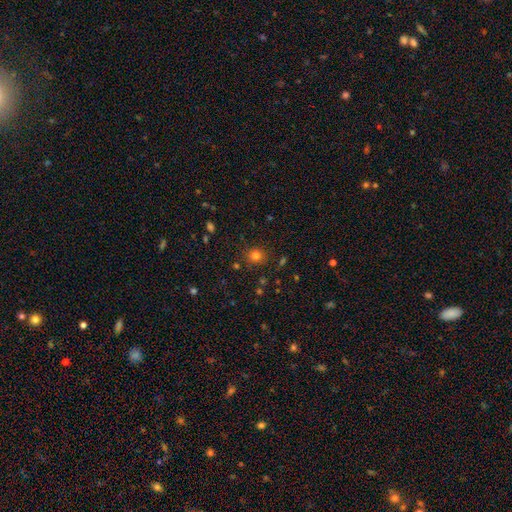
smooth 86%, featured or disk 8%, star or artifact 5%. Down the decision tree: how rounded — round (91%); merging — none (89%).